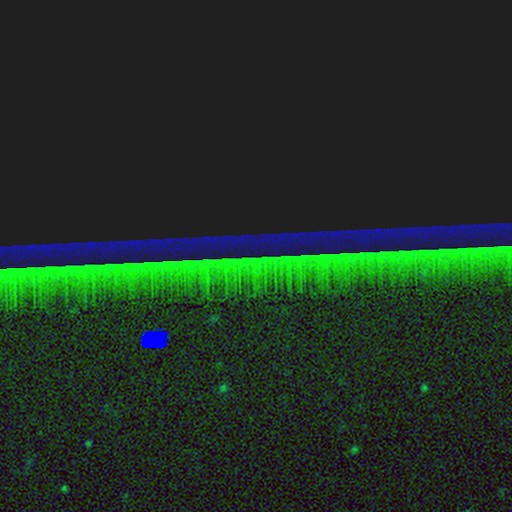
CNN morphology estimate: Smooth or featured? star or artifact (88%)